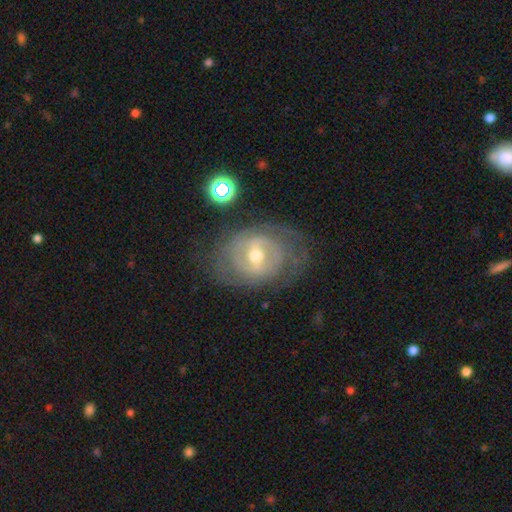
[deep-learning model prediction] Smooth or featured? featured or disk (77%)
Edge-on disk? no (95%)
Bar? weak (47%)
Spiral arms? yes (65%)
Bulge size? moderate (65%)
Merging? none (67%)